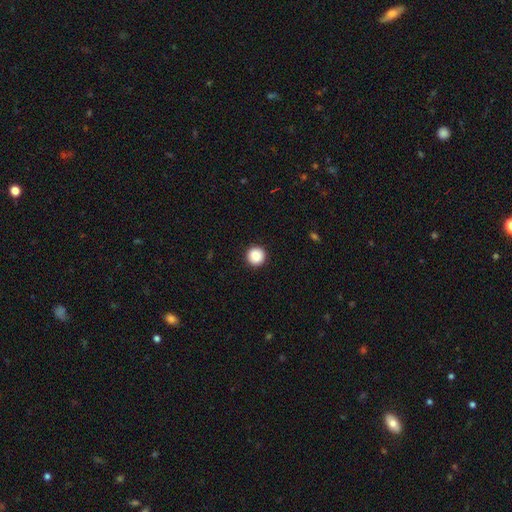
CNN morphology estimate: The model was most divided on "smooth or featured": smooth: 86%, star or artifact: 9%, featured or disk: 6%. More confident: how rounded — round (96%); merging — none (93%).